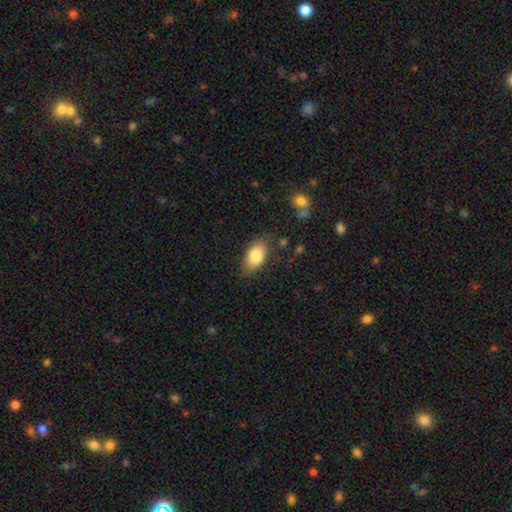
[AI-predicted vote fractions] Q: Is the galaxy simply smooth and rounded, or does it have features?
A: smooth — 83%.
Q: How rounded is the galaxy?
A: in between — 91%.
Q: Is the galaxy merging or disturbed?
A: none — 78%.